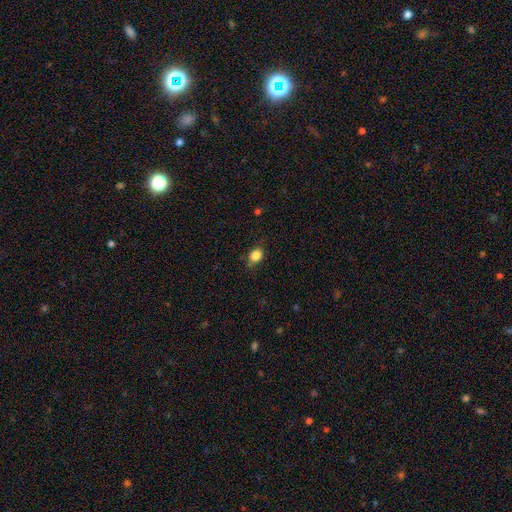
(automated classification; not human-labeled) smooth 85%, star or artifact 10%, featured or disk 5%. Down the decision tree: how rounded — in between (52%); merging — none (77%).